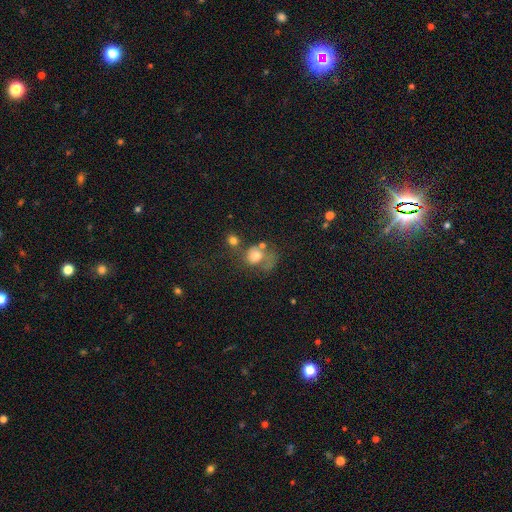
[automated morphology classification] This is likely a smooth galaxy (63%). How rounded: possibly round (60%). Merging: marginally major disturbance (34%).